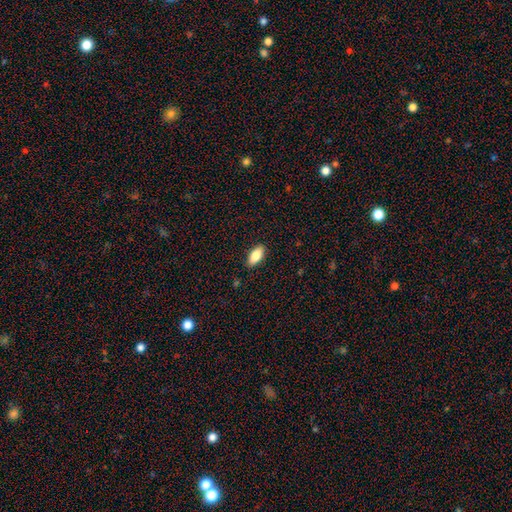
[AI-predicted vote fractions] This appears to be a smooth galaxy with no disk features (83%) that is in between round and cigar-shaped (88%). Merging: none (89%).